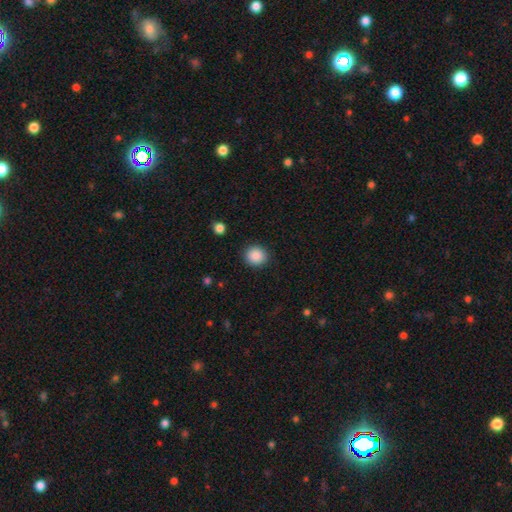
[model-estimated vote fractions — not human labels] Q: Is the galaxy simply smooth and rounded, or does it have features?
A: smooth — 89%.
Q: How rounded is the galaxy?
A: round — 87%.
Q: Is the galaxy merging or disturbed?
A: none — 90%.